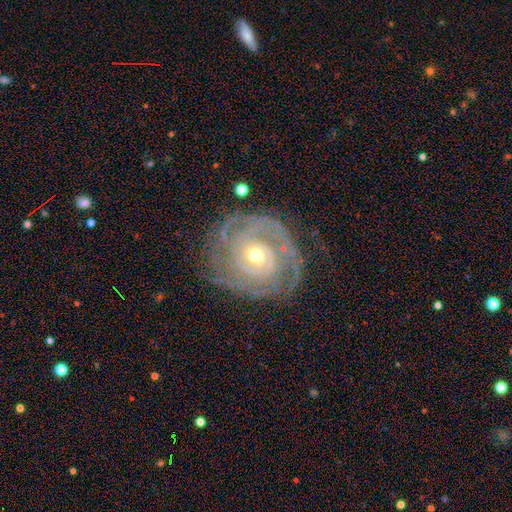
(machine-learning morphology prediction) Q: Smooth or featured?
A: featured or disk (88%); runner-up: smooth (7%)
Q: Edge-on disk?
A: no (97%); runner-up: yes (3%)
Q: Bar?
A: no (65%); runner-up: weak (27%)
Q: Spiral arms?
A: yes (95%); runner-up: no (5%)
Q: Spiral winding?
A: tight (77%); runner-up: medium (19%)
Q: Spiral arm count?
A: can't tell (30%); runner-up: 2 (22%)
Q: Bulge size?
A: moderate (55%); runner-up: small (41%)
Q: Merging?
A: none (75%); runner-up: minor disturbance (16%)